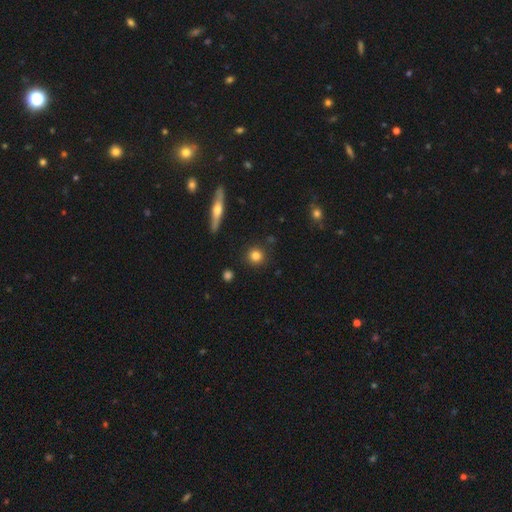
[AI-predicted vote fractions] Smooth or featured?
  - smooth: 82% *
  - star or artifact: 10%
  - featured or disk: 8%
How rounded?
  - round: 91% *
  - in between: 7%
  - cigar-shaped: 2%
Merging?
  - none: 89% *
  - minor disturbance: 7%
  - major disturbance: 2%
  - merger: 2%